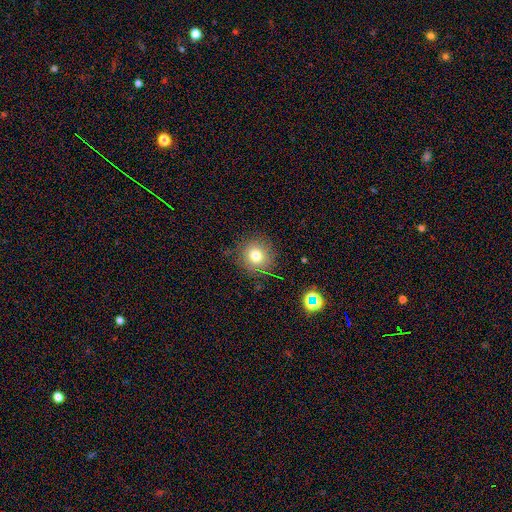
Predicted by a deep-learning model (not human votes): Morphology: type=smooth (75%); roundness=round (92%); merging=none (82%).